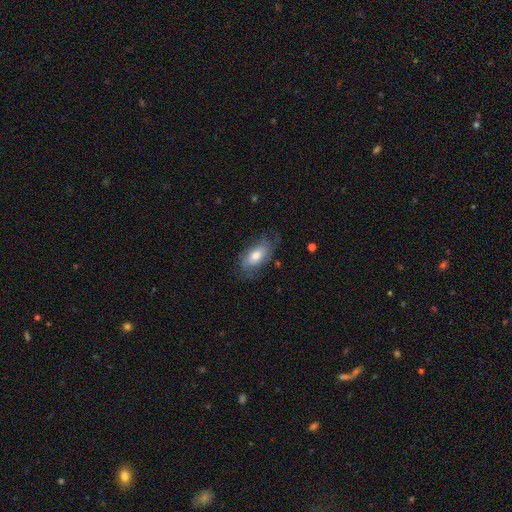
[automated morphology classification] The model was most divided on "smooth or featured": smooth: 59%, featured or disk: 34%, star or artifact: 7%. More confident: how rounded — in between (88%); merging — none (66%).